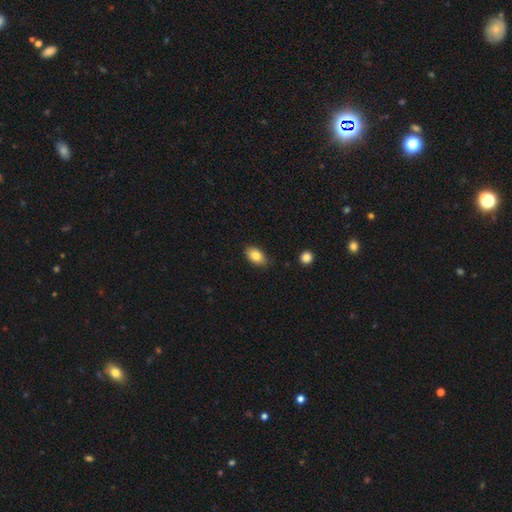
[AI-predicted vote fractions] Smooth or featured? Predicted: smooth (p=0.82). How rounded? Predicted: in between (p=0.91). Merging? Predicted: none (p=0.83).